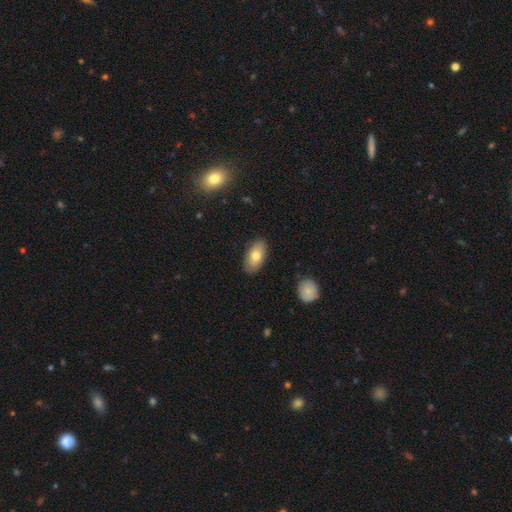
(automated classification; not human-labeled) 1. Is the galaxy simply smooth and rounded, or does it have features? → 75% smooth, 18% featured or disk, 7% star or artifact.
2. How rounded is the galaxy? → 92% in between, 4% round, 4% cigar-shaped.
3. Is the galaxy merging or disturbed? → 87% none, 10% minor disturbance, 2% major disturbance, 1% merger.